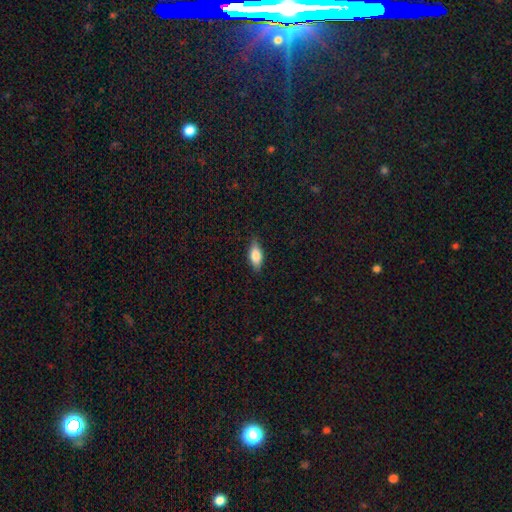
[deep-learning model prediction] Morphology: type=smooth (73%); roundness=in between (81%); merging=none (83%).